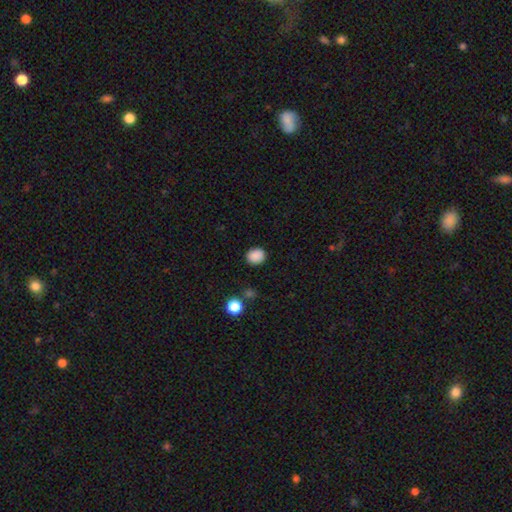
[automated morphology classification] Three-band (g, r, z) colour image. It shows a smooth galaxy with no disk features (87%) that is round (61%). Merging: none (88%).